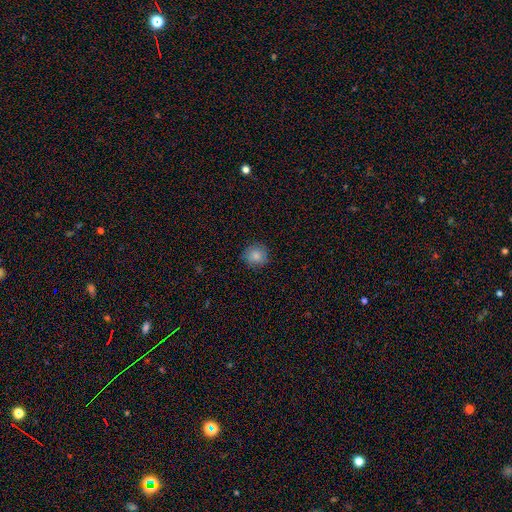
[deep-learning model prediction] Smooth or featured? Predicted: smooth (p=0.84). How rounded? Predicted: round (p=0.90). Merging? Predicted: none (p=0.86).